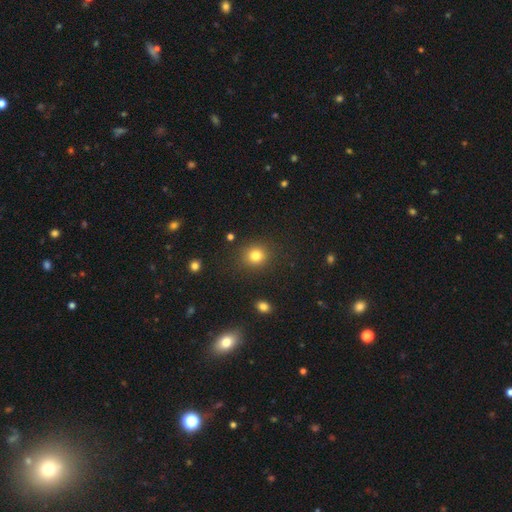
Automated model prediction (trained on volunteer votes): This appears to be a smooth galaxy with no disk features (82%) that is round (85%). Merging: none (88%).